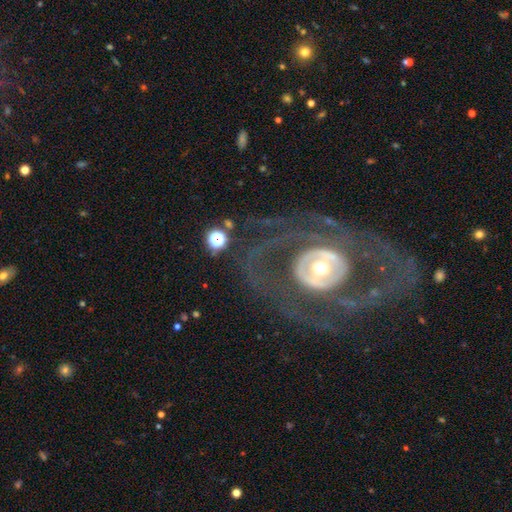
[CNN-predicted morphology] smooth-or-featured: featured or disk: 79% | smooth: 13% | star or artifact: 8%
  disk-edge-on: no: 95% | yes: 5%
    bar: no: 66% | weak: 20% | strong: 14%
    has-spiral-arms: yes: 59% | no: 41%
    bulge-size: moderate: 54% | small: 30% | large: 12% | dominant: 3% | none: 1%
  merging: none: 69% | major disturbance: 18% | minor disturbance: 11% | merger: 2%